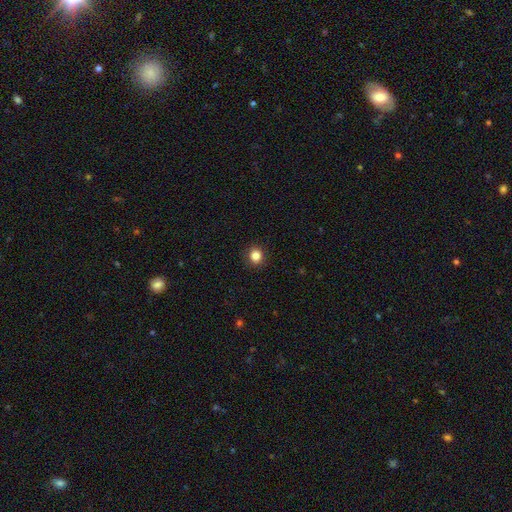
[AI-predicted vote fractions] Q: Smooth or featured?
A: smooth (85%); runner-up: star or artifact (11%)
Q: How rounded?
A: round (82%); runner-up: in between (17%)
Q: Merging?
A: none (91%); runner-up: minor disturbance (6%)